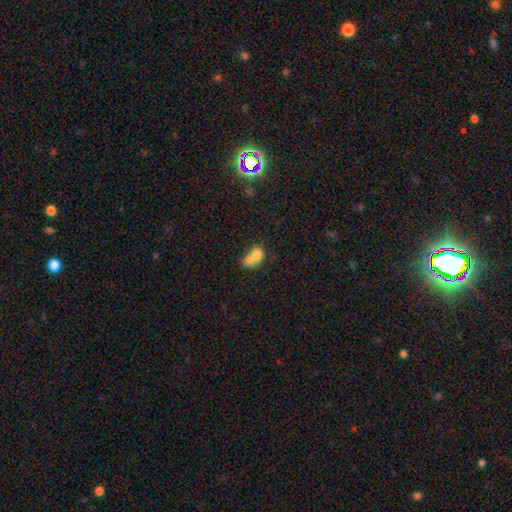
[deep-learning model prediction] Overall: smooth (72%). How rounded: round (50%; in between 48%). Merging: merger (66%).